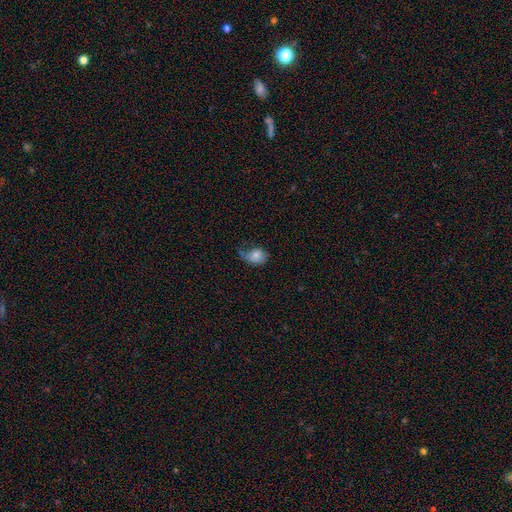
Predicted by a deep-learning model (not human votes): This is likely a smooth galaxy (77%). How rounded: likely in between (64%). Merging: marginally none (36%, tied with minor disturbance).